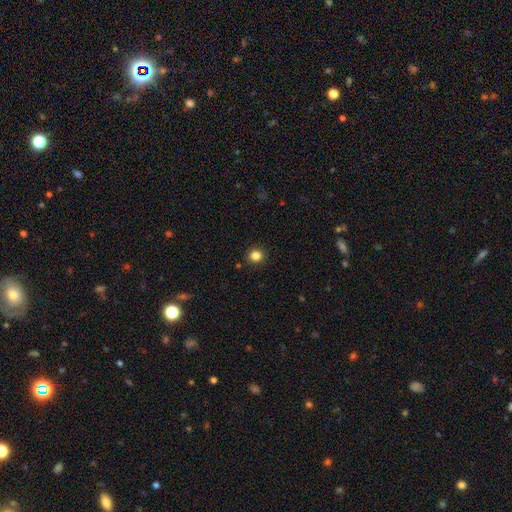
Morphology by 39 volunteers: This appears to be a smooth galaxy with no disk features (87%) that is round (97%). Merging: none (97%).